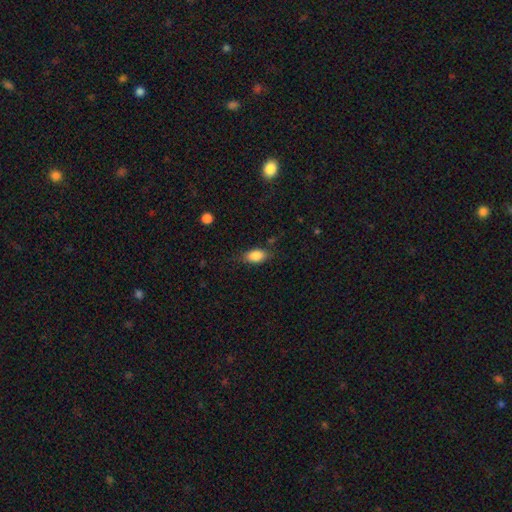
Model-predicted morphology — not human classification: type=smooth (85%); roundness=in between (88%); merging=none (73%).